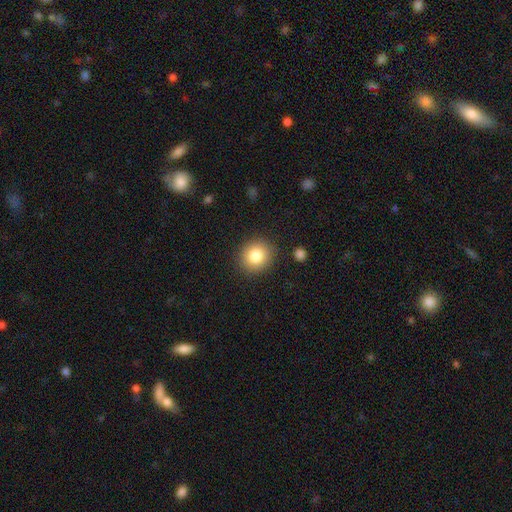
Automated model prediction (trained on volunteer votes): This is clearly a smooth galaxy (82%). How rounded: clearly round (82%). Merging: clearly none (88%).